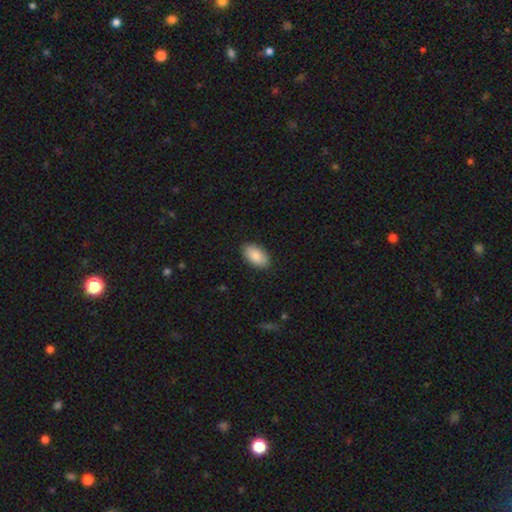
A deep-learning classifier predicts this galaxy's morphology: type=smooth (88%); roundness=in between (95%); merging=none (89%).